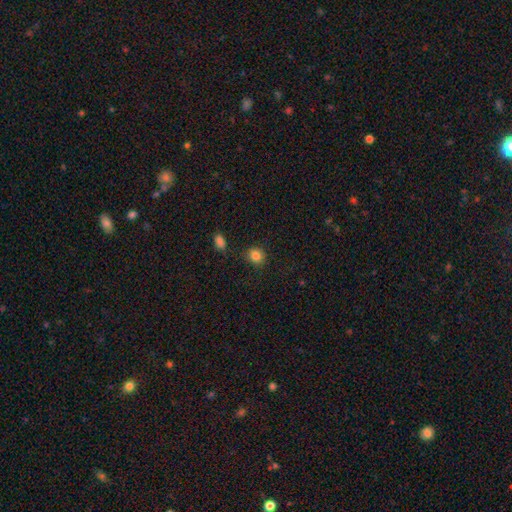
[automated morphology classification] Smooth or featured: smooth — 84% (star or artifact — 11%)
How rounded: round — 83% (in between — 16%)
Merging: none — 84% (minor disturbance — 10%)